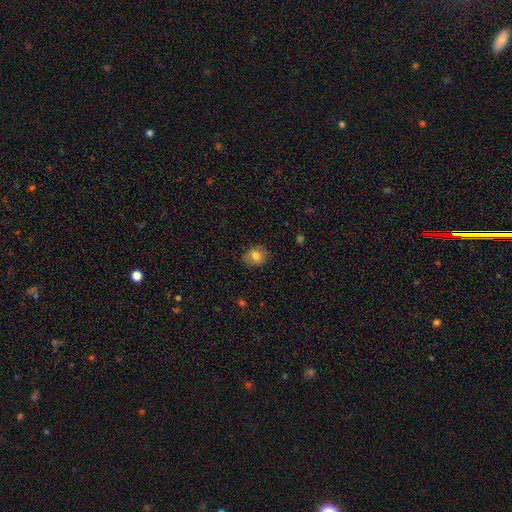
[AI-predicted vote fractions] smooth 77%, featured or disk 14%, star or artifact 9%. Down the decision tree: how rounded — round (50%); merging — none (83%).